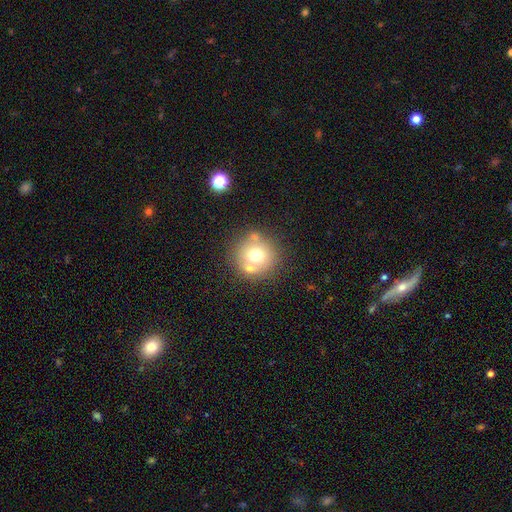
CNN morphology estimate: smooth 67%, featured or disk 20%, star or artifact 13%. Down the decision tree: how rounded — round (92%); merging — none (66%).